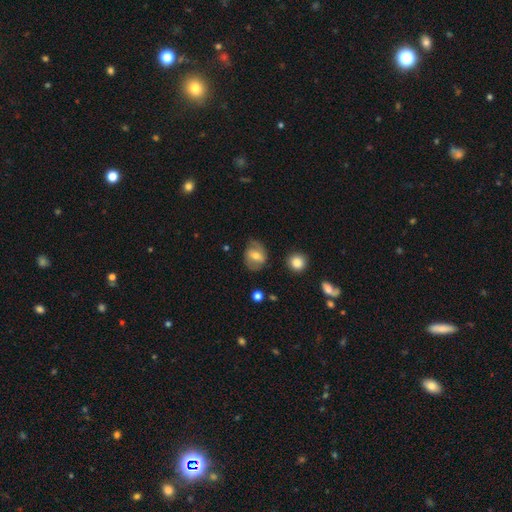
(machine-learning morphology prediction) This is possibly a smooth galaxy (47%). Merging: likely none (71%).